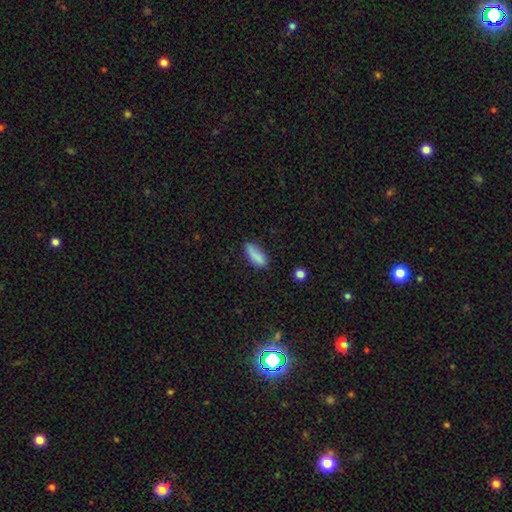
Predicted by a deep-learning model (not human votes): The model was most divided on "how rounded": in between: 72%, cigar-shaped: 25%, round: 2%. More confident: smooth or featured — smooth (86%); merging — none (72%).